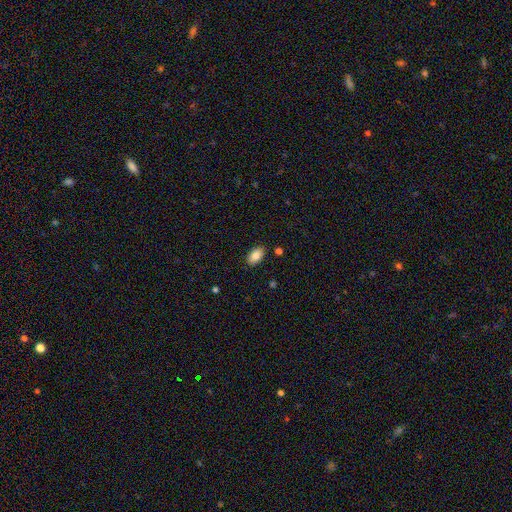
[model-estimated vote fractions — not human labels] smooth_or_featured: smooth (p=0.86) [alt: star or artifact p=0.07]
how_rounded: in between (p=0.93) [alt: round p=0.05]
merging: none (p=0.87) [alt: minor disturbance p=0.09]